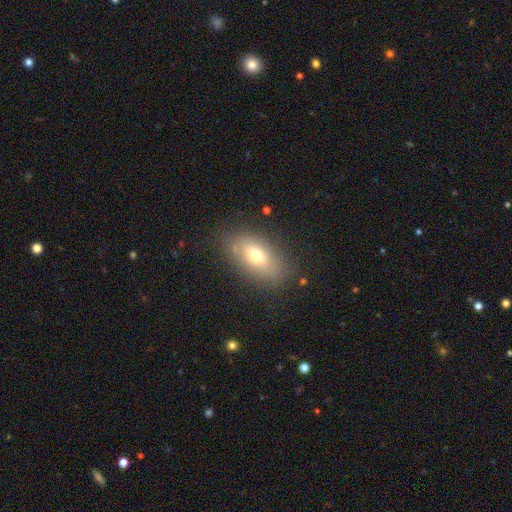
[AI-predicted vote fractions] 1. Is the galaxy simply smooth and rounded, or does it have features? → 67% smooth, 21% featured or disk, 12% star or artifact.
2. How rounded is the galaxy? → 86% in between, 10% round, 4% cigar-shaped.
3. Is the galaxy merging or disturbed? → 78% none, 14% minor disturbance, 6% major disturbance, 2% merger.